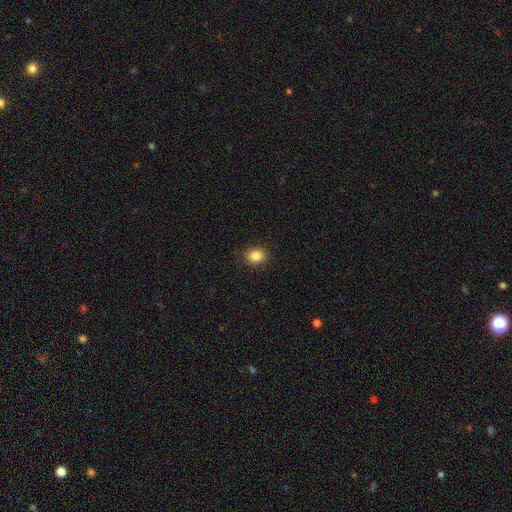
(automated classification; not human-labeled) This appears to be a smooth galaxy with no disk features (87%) that is in between round and cigar-shaped (52%). Merging: none (90%).